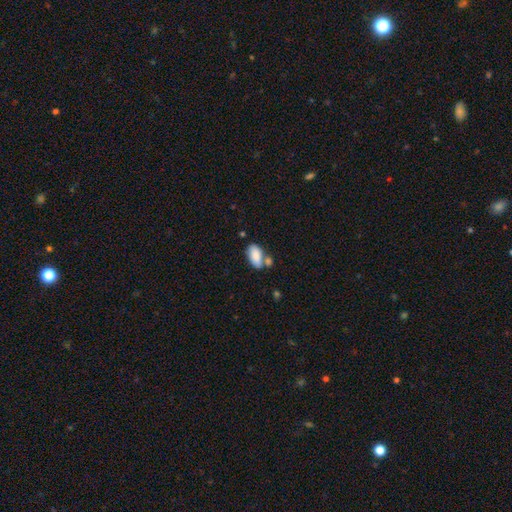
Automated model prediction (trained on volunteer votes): This is clearly a smooth galaxy (85%). How rounded: clearly in between (93%). Merging: possibly none (53%).